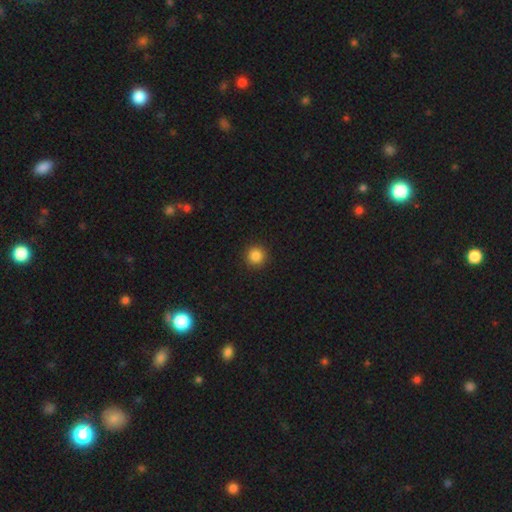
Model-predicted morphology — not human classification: Smooth or featured: smooth — 86% (star or artifact — 11%)
How rounded: round — 95% (in between — 4%)
Merging: none — 92% (minor disturbance — 5%)